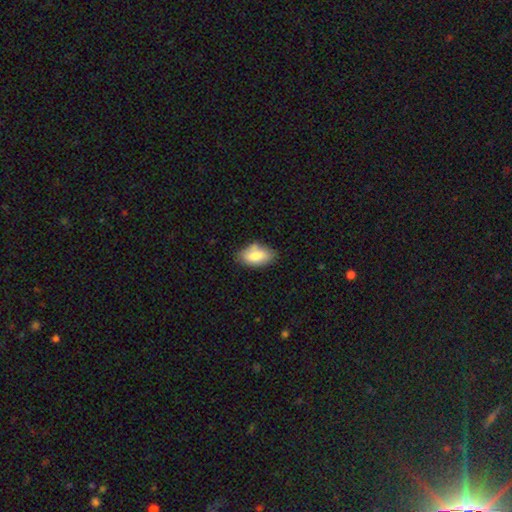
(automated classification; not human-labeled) smooth 80%, featured or disk 13%, star or artifact 7%. Down the decision tree: how rounded — in between (92%); merging — none (72%).